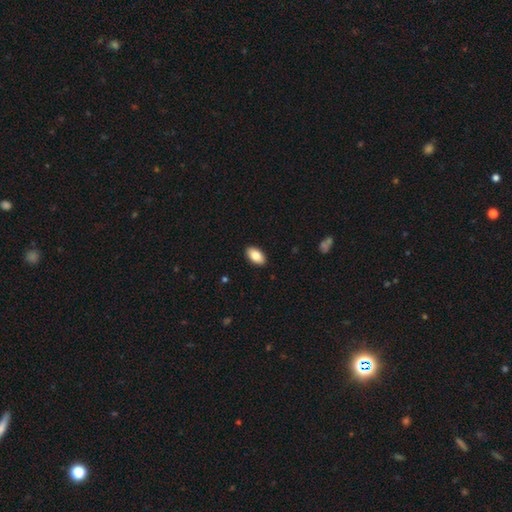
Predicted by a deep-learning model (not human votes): Smooth or featured: smooth — 83% (featured or disk — 10%)
How rounded: in between — 94% (round — 4%)
Merging: none — 90% (minor disturbance — 7%)